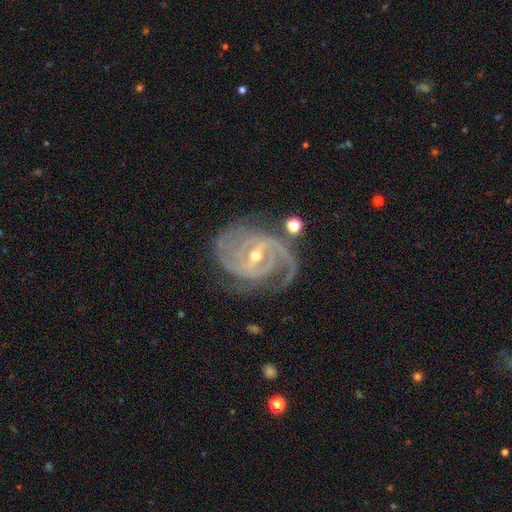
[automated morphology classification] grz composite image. It shows a featured or disk galaxy (92%) with a weak bar (44%), 2 (34%) tight (60%) spiral arms (98%) and a moderate central bulge (51%). Merging: none (67%).